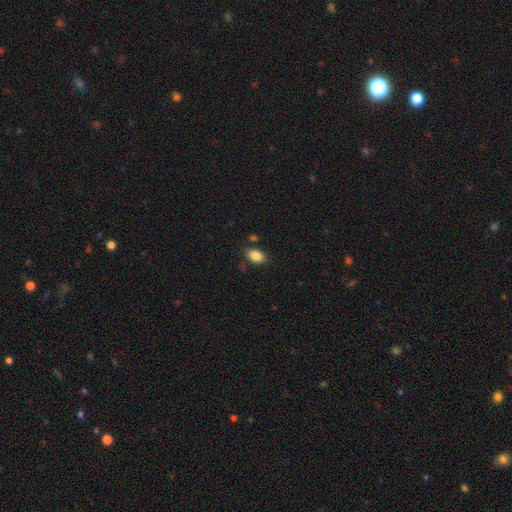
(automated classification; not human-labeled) A smooth galaxy with no disk features (86%) that is in between round and cigar-shaped (81%).

Vote fractions:
- Smooth or featured? smooth: 86% / star or artifact: 9% / featured or disk: 6%
- How rounded? in between: 81% / round: 17% / cigar-shaped: 1%
- Merging? none: 81% / minor disturbance: 12% / merger: 4% / major disturbance: 3%